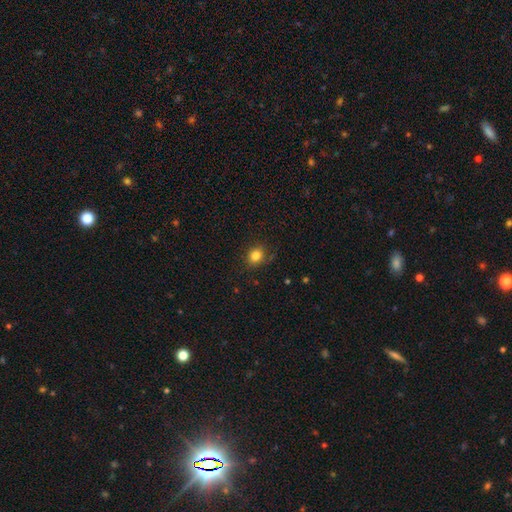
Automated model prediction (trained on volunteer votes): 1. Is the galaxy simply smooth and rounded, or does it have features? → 81% smooth, 12% star or artifact, 7% featured or disk.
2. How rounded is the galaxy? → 70% round, 29% in between, 1% cigar-shaped.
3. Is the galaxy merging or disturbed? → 79% none, 15% minor disturbance, 5% major disturbance, 1% merger.